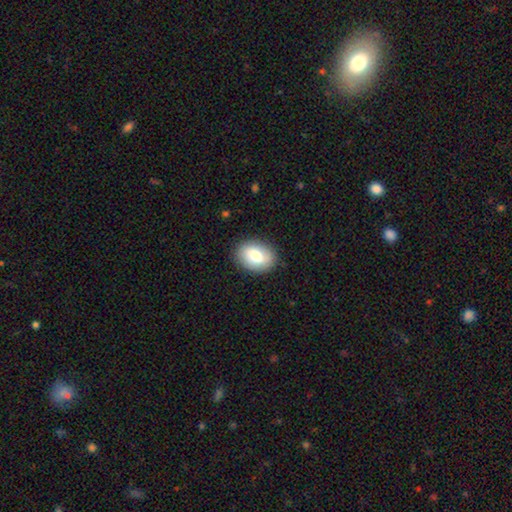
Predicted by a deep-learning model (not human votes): smooth-or-featured: smooth: 73% | featured or disk: 20% | star or artifact: 7%
  how-rounded: in between: 76% | round: 23% | cigar-shaped: 1%
  merging: none: 87% | minor disturbance: 10% | major disturbance: 3% | merger: 1%